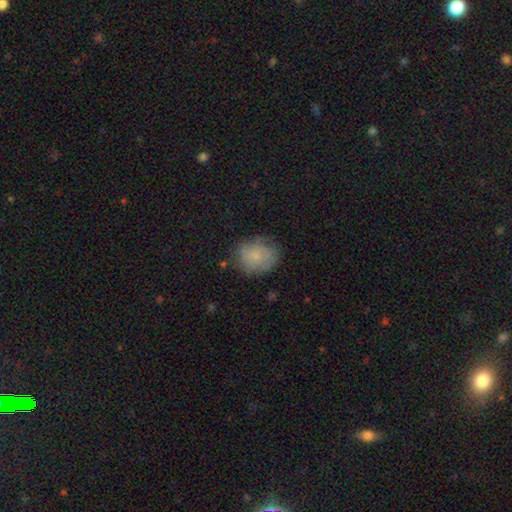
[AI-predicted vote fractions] smooth_or_featured: smooth (p=0.70) [alt: featured or disk p=0.21]
how_rounded: round (p=0.62) [alt: in between p=0.37]
merging: none (p=0.69) [alt: minor disturbance p=0.22]